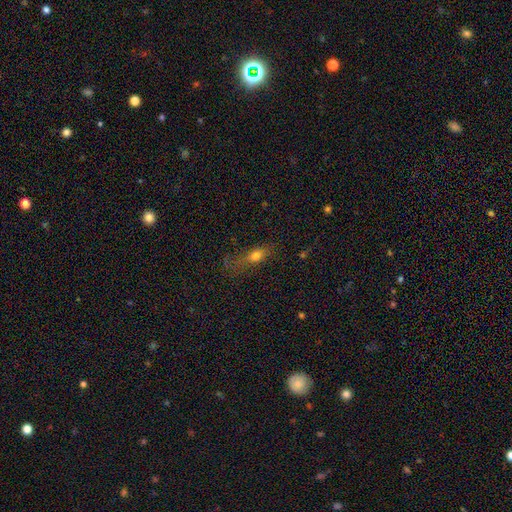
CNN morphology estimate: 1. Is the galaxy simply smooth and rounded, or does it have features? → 67% smooth, 19% featured or disk, 14% star or artifact.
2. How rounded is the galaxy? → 57% in between, 29% cigar-shaped, 14% round.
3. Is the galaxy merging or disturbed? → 53% none, 24% minor disturbance, 19% major disturbance, 4% merger.